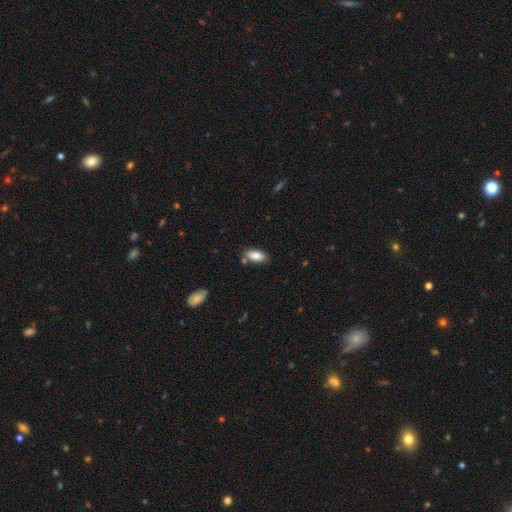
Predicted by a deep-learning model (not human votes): Morphology: type=smooth (83%); roundness=in between (90%); merging=none (75%).